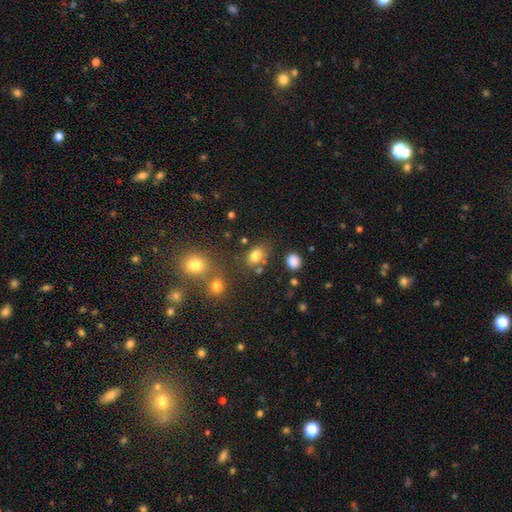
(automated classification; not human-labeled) This appears to be a smooth galaxy with no disk features (79%) that is in between round and cigar-shaped (74%). Merging: none (69%).